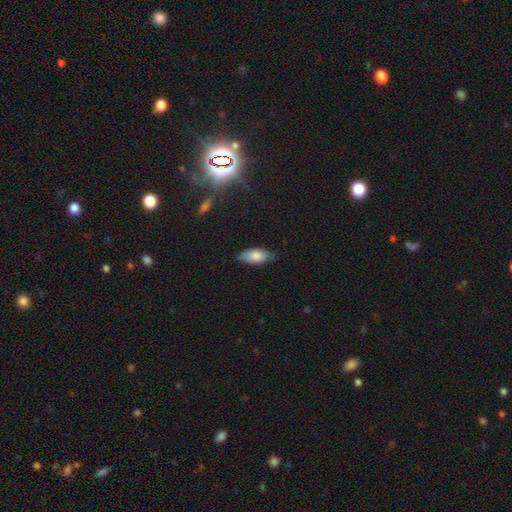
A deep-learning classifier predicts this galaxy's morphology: A smooth galaxy with no disk features (82%) that is in between round and cigar-shaped (87%).

Vote fractions:
- Smooth or featured? smooth: 82% / featured or disk: 11% / star or artifact: 6%
- How rounded? in between: 87% / cigar-shaped: 10% / round: 2%
- Merging? none: 75% / minor disturbance: 20% / major disturbance: 3% / merger: 1%